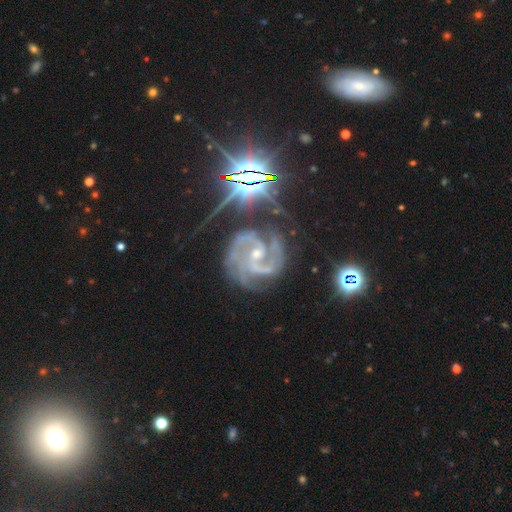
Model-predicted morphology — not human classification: Smooth or featured: featured or disk — 88% (star or artifact — 9%)
Edge-on disk: no — 98% (yes — 2%)
Bar: weak — 42% (no — 36%)
Spiral arms: yes — 98% (no — 2%)
Spiral winding: medium — 53% (tight — 38%)
Spiral arm count: 2 — 50% (3 — 25%)
Bulge size: small — 64% (moderate — 32%)
Merging: none — 65% (minor disturbance — 19%)